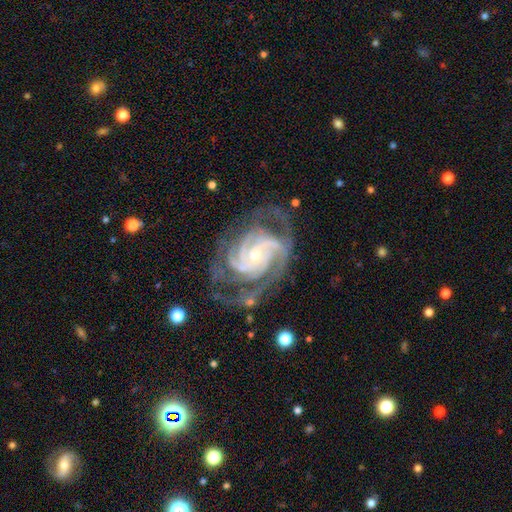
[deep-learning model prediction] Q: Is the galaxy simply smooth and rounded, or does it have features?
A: featured or disk — 93%.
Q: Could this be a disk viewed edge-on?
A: no — 98%.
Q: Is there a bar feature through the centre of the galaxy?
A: no — 59%.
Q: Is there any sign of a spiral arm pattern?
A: yes — 99%.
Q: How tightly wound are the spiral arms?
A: tight — 64%.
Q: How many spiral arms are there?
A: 3 — 34%.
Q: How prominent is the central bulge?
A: small — 67%.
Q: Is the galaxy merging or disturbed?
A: none — 65%.